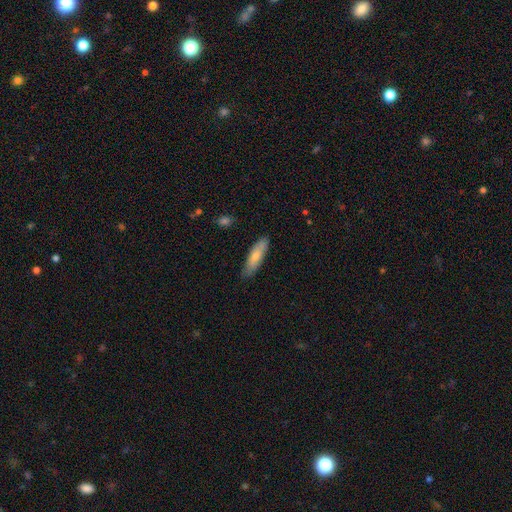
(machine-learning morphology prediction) Smooth or featured? Predicted: smooth (p=0.76). How rounded? Predicted: cigar-shaped (p=0.62). Merging? Predicted: none (p=0.82).